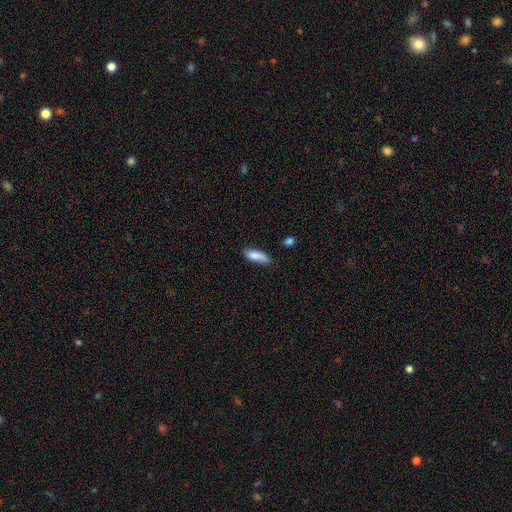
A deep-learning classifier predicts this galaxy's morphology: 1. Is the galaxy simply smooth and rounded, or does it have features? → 81% smooth, 12% featured or disk, 7% star or artifact.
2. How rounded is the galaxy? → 60% in between, 38% cigar-shaped, 2% round.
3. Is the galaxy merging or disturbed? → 67% none, 26% minor disturbance, 5% major disturbance, 3% merger.